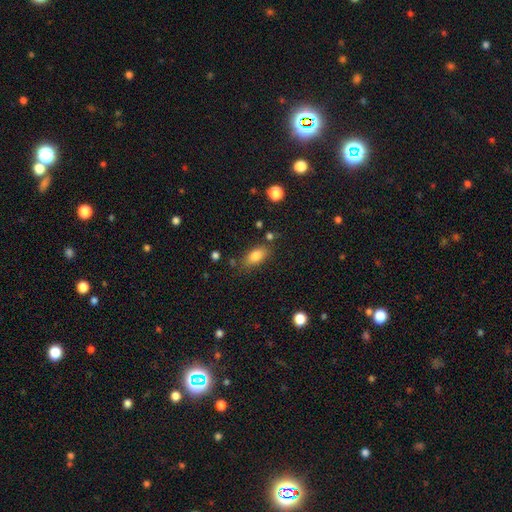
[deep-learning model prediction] smooth-or-featured: smooth: 81% | featured or disk: 10% | star or artifact: 9%
  how-rounded: in between: 87% | cigar-shaped: 7% | round: 6%
  merging: none: 76% | minor disturbance: 15% | merger: 5% | major disturbance: 4%